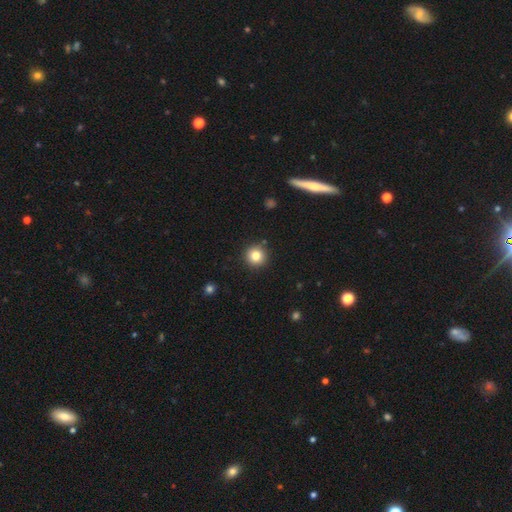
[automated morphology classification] Smooth or featured: smooth — 82% (star or artifact — 11%)
How rounded: round — 95% (in between — 4%)
Merging: none — 90% (minor disturbance — 6%)